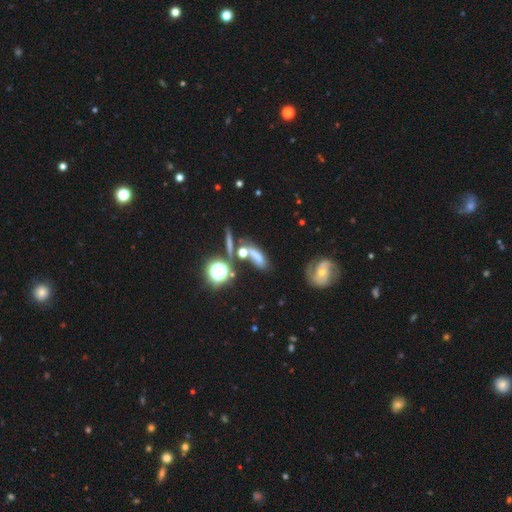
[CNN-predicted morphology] smooth 51%, featured or disk 26%, star or artifact 23%. Down the decision tree: how rounded — in between (50%); merging — none (41%).